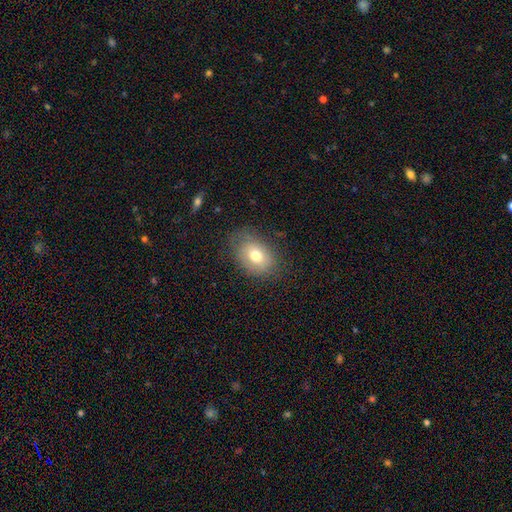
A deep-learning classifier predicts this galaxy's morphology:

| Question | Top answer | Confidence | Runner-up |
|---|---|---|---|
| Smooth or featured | smooth | 72% | featured or disk (18%) |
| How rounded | in between | 77% | round (22%) |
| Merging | none | 72% | minor disturbance (19%) |